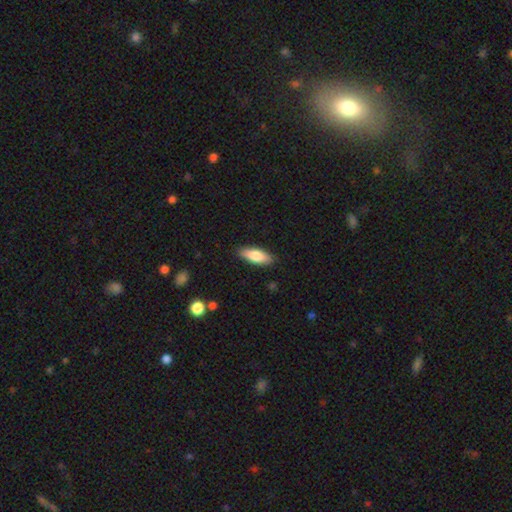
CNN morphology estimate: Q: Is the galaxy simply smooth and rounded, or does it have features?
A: smooth — 77%.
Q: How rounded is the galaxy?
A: in between — 68%.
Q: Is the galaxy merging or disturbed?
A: none — 88%.